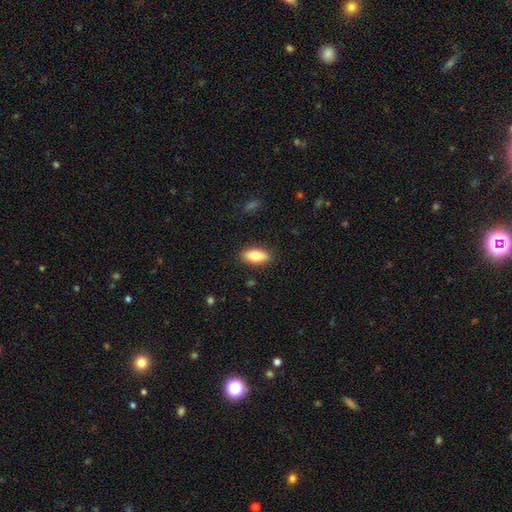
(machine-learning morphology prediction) This is likely a smooth galaxy (76%). How rounded: clearly in between (81%). Merging: clearly none (88%).